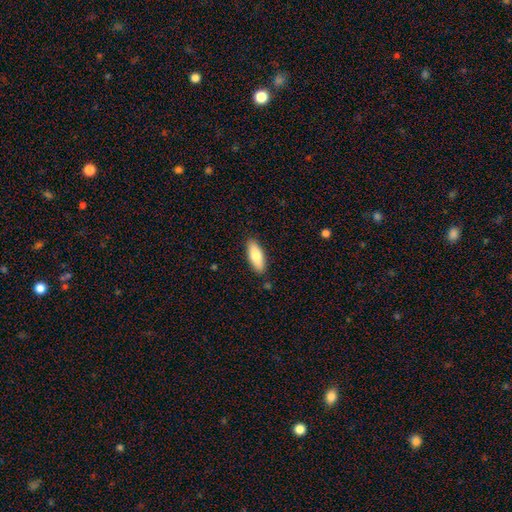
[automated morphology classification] smooth 80%, featured or disk 15%, star or artifact 6%. Down the decision tree: how rounded — in between (72%); merging — none (87%).